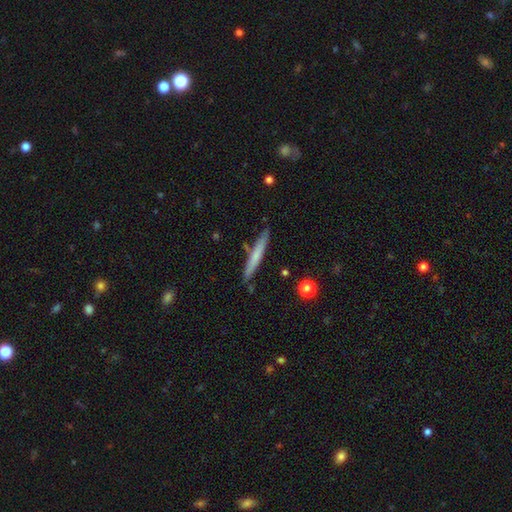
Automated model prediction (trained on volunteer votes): Morphology: type=smooth (61%); roundness=cigar-shaped (95%); merging=none (85%).